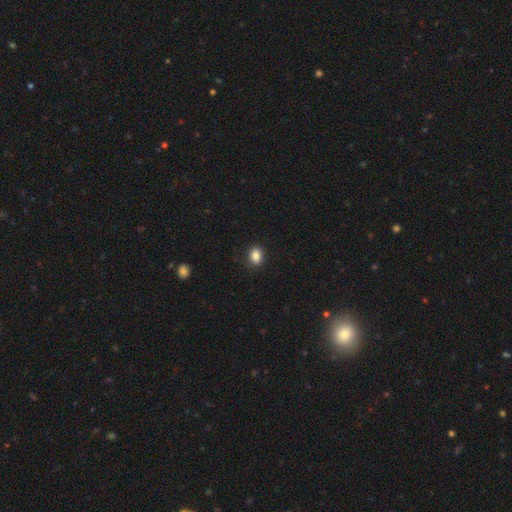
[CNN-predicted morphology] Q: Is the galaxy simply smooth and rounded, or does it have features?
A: smooth — 86%.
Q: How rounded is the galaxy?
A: in between — 64%.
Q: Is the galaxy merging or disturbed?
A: none — 86%.